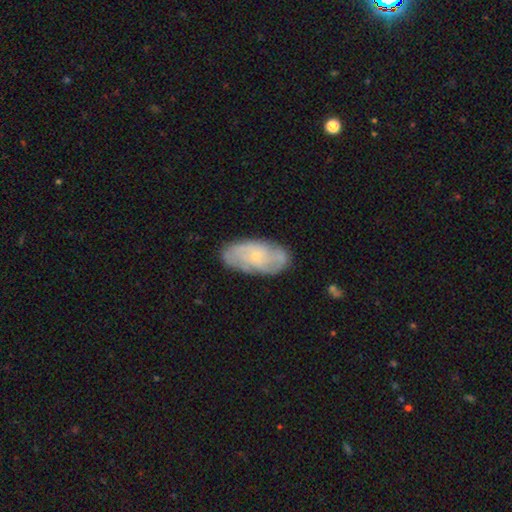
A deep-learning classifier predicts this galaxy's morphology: type=featured or disk (65%); edge-on=no (94%); bar=no (77%); spiral arms=yes (81%); bulge=small (78%); merging=none (74%).